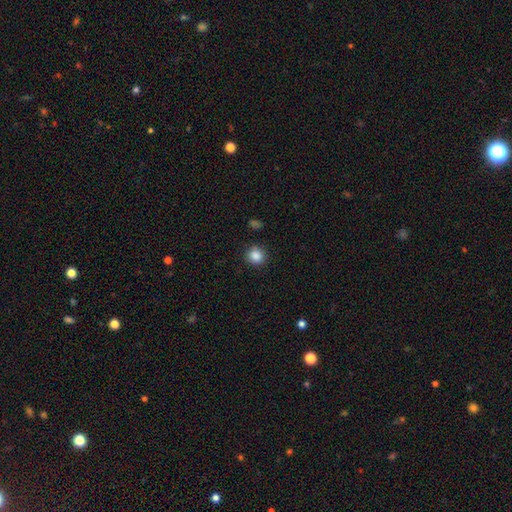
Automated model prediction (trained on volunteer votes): smooth_or_featured: smooth (p=0.87) [alt: star or artifact p=0.10]
how_rounded: round (p=0.85) [alt: in between p=0.14]
merging: none (p=0.88) [alt: minor disturbance p=0.08]